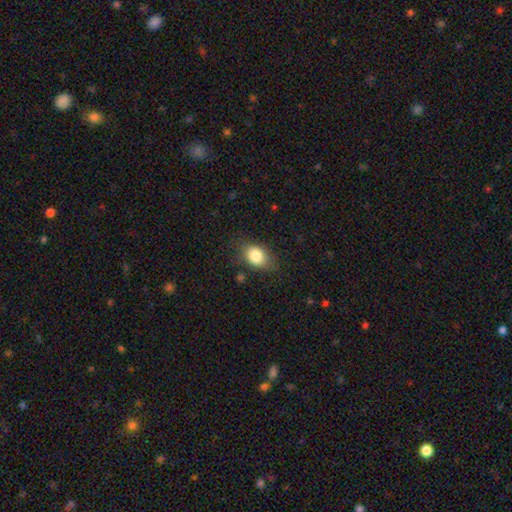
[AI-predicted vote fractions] The model was most divided on "how rounded": in between: 74%, round: 24%, cigar-shaped: 2%. More confident: smooth or featured — smooth (83%); merging — none (71%).